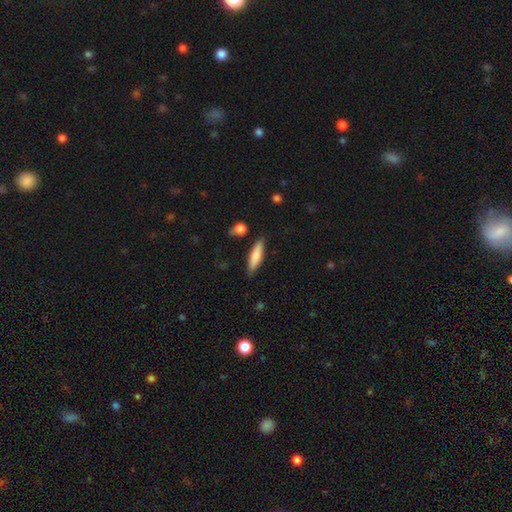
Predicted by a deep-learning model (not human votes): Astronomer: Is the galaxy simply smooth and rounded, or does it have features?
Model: smooth — 76%.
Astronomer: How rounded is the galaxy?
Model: cigar-shaped — 71%.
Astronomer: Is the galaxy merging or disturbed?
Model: none — 82%.